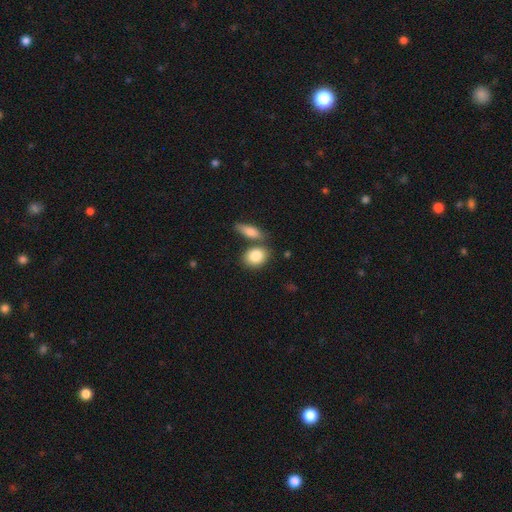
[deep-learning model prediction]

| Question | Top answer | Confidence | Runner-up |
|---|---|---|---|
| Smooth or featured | smooth | 84% | featured or disk (9%) |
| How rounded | in between | 66% | round (31%) |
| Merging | none | 60% | merger (26%) |